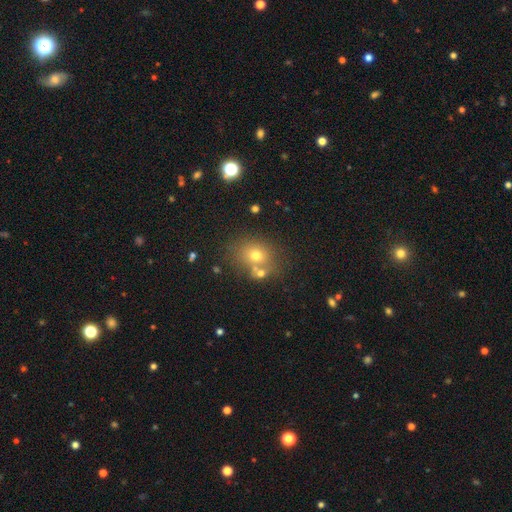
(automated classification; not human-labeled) smooth-or-featured: smooth: 66% | star or artifact: 17% | featured or disk: 17%
  how-rounded: round: 62% | in between: 37% | cigar-shaped: 1%
  merging: none: 56% | merger: 27% | minor disturbance: 12% | major disturbance: 5%